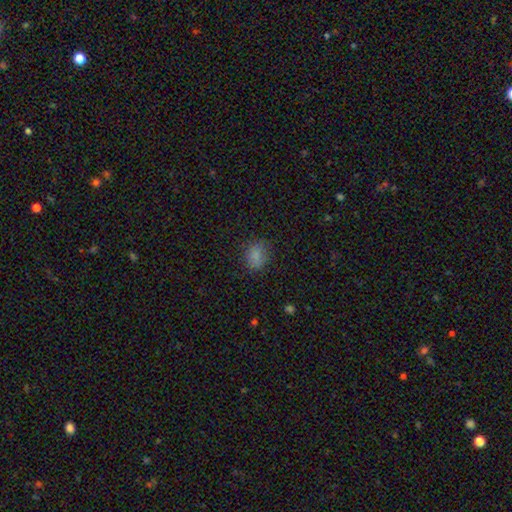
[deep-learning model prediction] smooth 82%, star or artifact 13%, featured or disk 5%. Down the decision tree: how rounded — in between (63%); merging — none (78%).